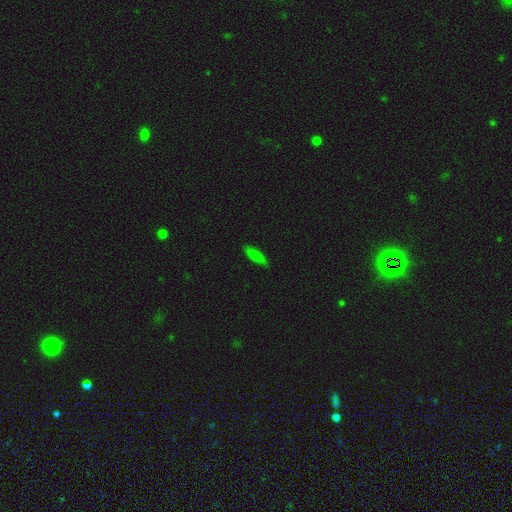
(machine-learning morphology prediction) This is likely a smooth galaxy (78%). How rounded: likely cigar-shaped (65%). Merging: clearly none (85%).